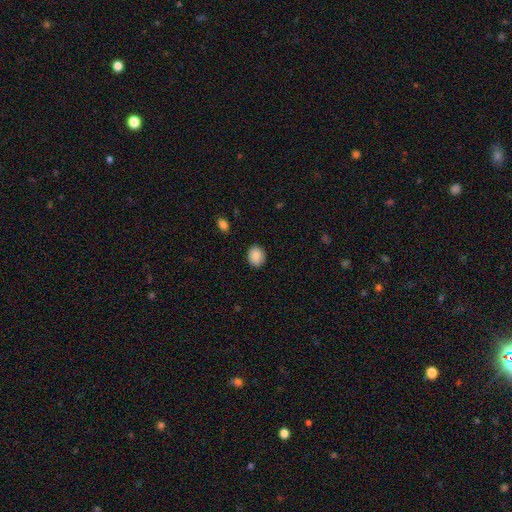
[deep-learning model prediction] A smooth galaxy with no disk features (89%) that is round (52%). Merging: none (89%).